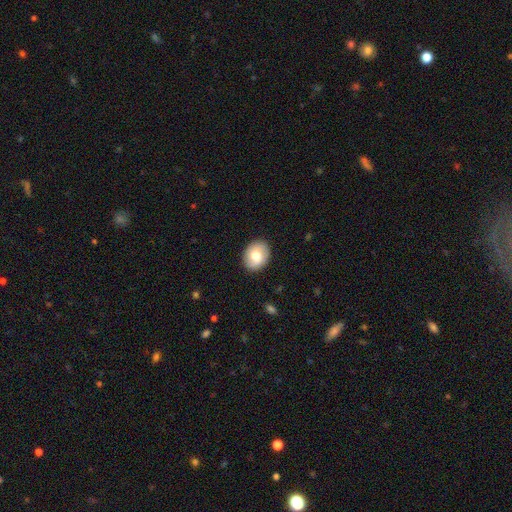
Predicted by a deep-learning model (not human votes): Smooth or featured: smooth — 65% (featured or disk — 27%)
How rounded: in between — 55% (round — 44%)
Merging: none — 86% (minor disturbance — 10%)